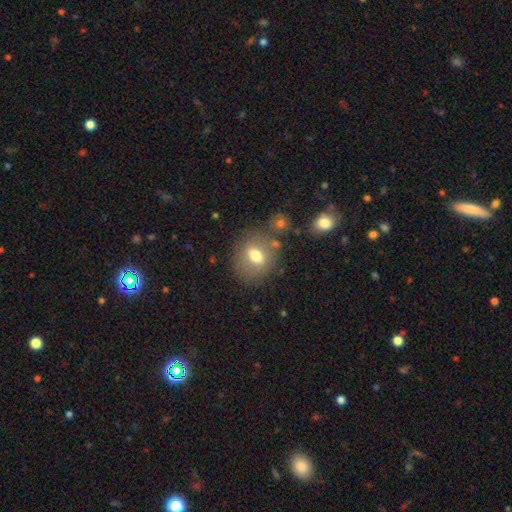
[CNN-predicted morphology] smooth 68%, featured or disk 22%, star or artifact 10%. Down the decision tree: how rounded — round (52%); merging — none (70%).